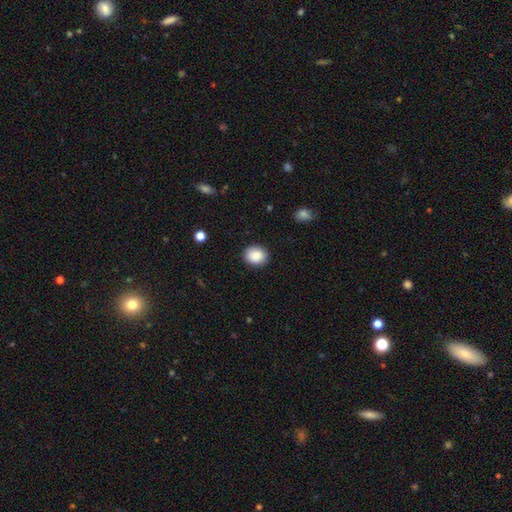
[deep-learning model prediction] This is clearly a smooth galaxy (88%). How rounded: likely round (67%). Merging: clearly none (89%).